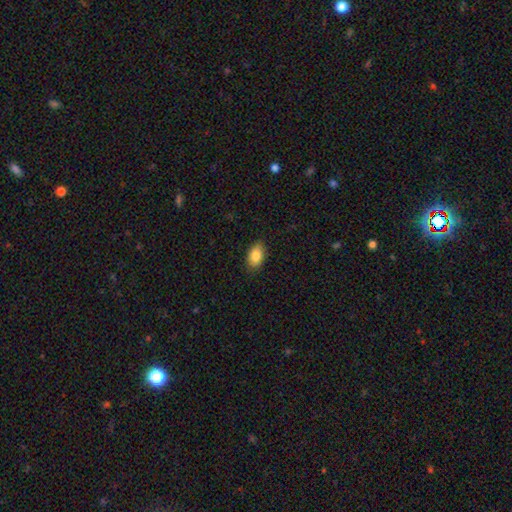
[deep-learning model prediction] smooth 85%, star or artifact 8%, featured or disk 7%. Down the decision tree: how rounded — in between (89%); merging — none (86%).